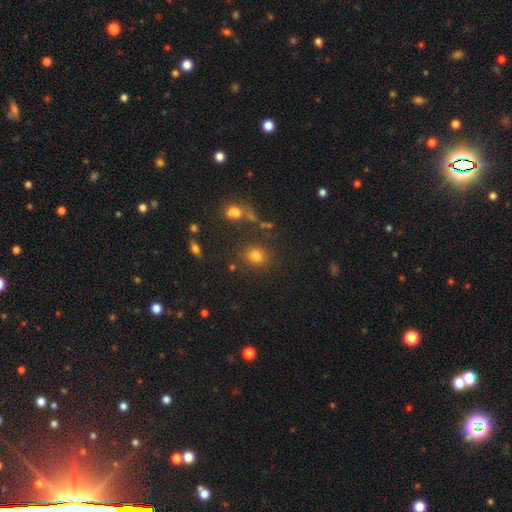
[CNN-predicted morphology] smooth-or-featured: smooth: 77% | star or artifact: 15% | featured or disk: 8%
  how-rounded: round: 61% | in between: 38% | cigar-shaped: 1%
  merging: none: 77% | minor disturbance: 11% | merger: 7% | major disturbance: 5%